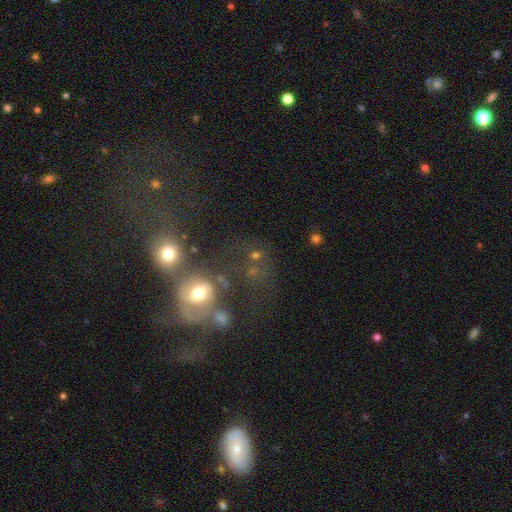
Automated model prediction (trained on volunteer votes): This appears to be a smooth galaxy with no disk features (54%) that is round (69%). Merging: none (46%).